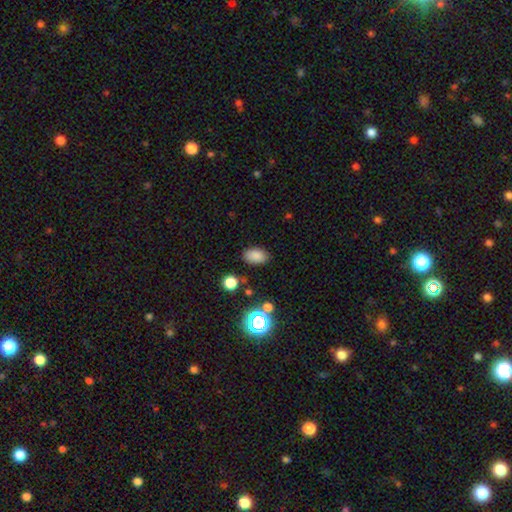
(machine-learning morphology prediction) A smooth galaxy with no disk features (81%) that is in between round and cigar-shaped (90%). Merging: none (83%).